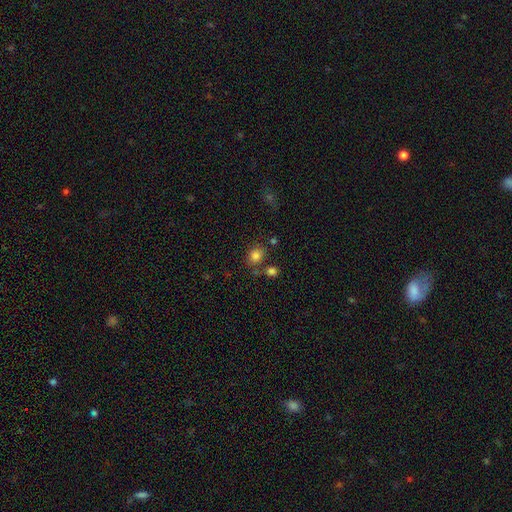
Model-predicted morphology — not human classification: smooth_or_featured: smooth (p=0.81) [alt: star or artifact p=0.12]
how_rounded: round (p=0.59) [alt: in between p=0.40]
merging: none (p=0.67) [alt: merger p=0.15]